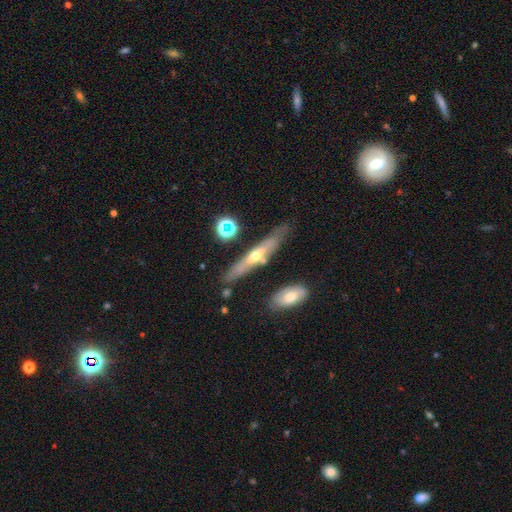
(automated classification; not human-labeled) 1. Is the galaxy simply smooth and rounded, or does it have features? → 62% featured or disk, 30% smooth, 8% star or artifact.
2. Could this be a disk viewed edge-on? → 78% yes, 22% no.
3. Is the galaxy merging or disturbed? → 73% none, 17% minor disturbance, 6% merger, 4% major disturbance.